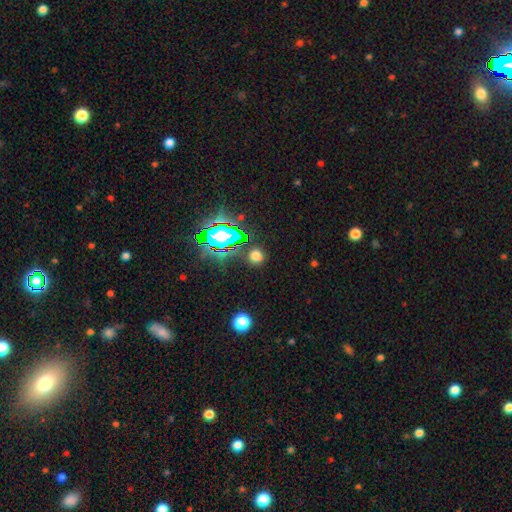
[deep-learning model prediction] Smooth or featured? Predicted: smooth (p=0.62). How rounded? Predicted: round (p=0.87). Merging? Predicted: none (p=0.86).